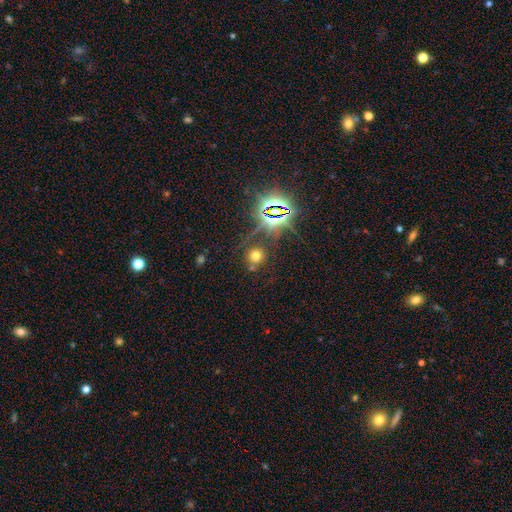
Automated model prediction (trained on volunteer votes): This is possibly a smooth galaxy (54%). How rounded: clearly round (89%). Merging: likely none (74%).